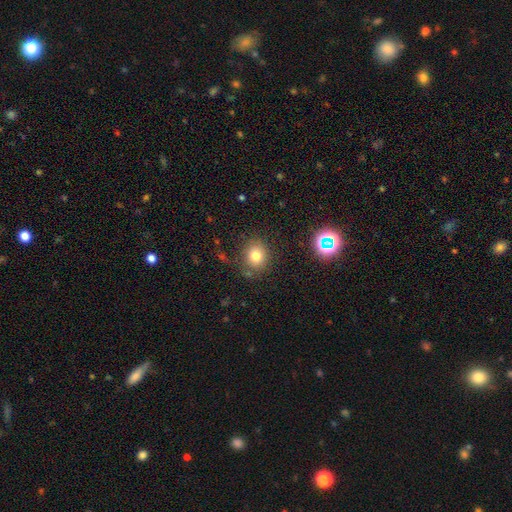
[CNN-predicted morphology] smooth-or-featured: smooth: 76% | star or artifact: 15% | featured or disk: 9%
  how-rounded: round: 75% | in between: 24% | cigar-shaped: 1%
  merging: none: 81% | minor disturbance: 12% | major disturbance: 4% | merger: 3%